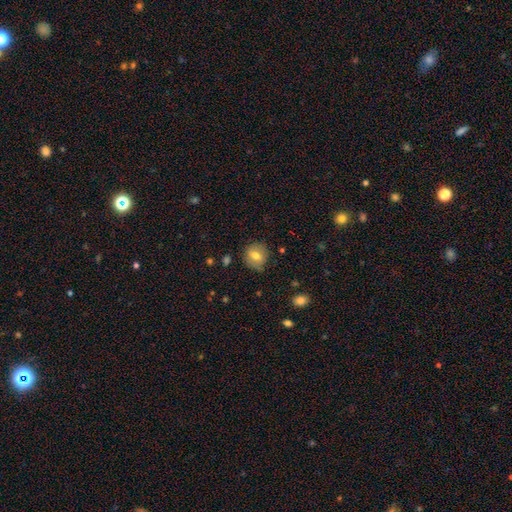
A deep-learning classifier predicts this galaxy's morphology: A smooth galaxy with no disk features (70%) that is round (81%).

Vote fractions:
- Smooth or featured? smooth: 70% / featured or disk: 21% / star or artifact: 9%
- How rounded? round: 81% / in between: 18% / cigar-shaped: 1%
- Merging? none: 80% / minor disturbance: 16% / major disturbance: 3% / merger: 1%